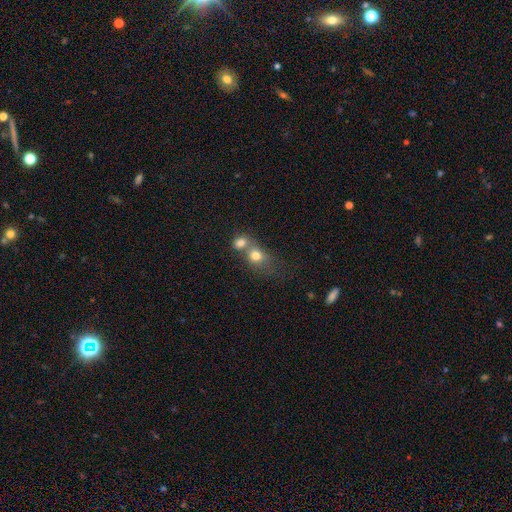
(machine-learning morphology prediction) Smooth or featured? Predicted: smooth (p=0.75). How rounded? Predicted: round (p=0.64). Merging? Predicted: merger (p=0.63).